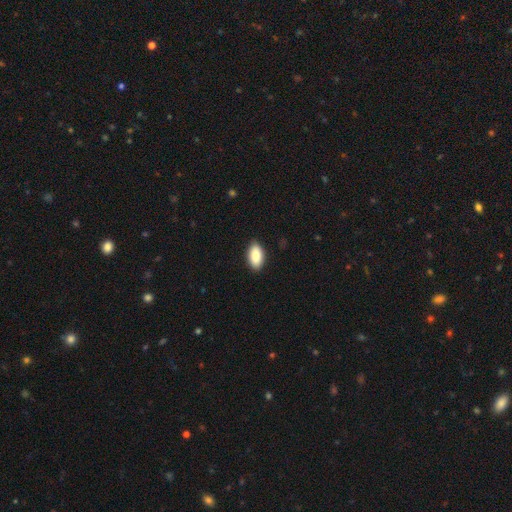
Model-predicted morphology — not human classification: The model was most divided on "merging": none: 88%, minor disturbance: 9%, major disturbance: 2%, merger: 1%. More confident: how rounded — in between (94%); smooth or featured — smooth (90%).